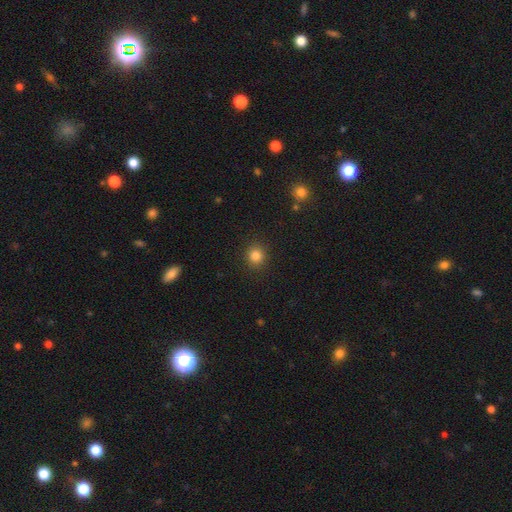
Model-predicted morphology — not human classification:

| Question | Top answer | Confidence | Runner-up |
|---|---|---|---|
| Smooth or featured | smooth | 84% | star or artifact (12%) |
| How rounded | round | 88% | in between (11%) |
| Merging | none | 91% | minor disturbance (6%) |